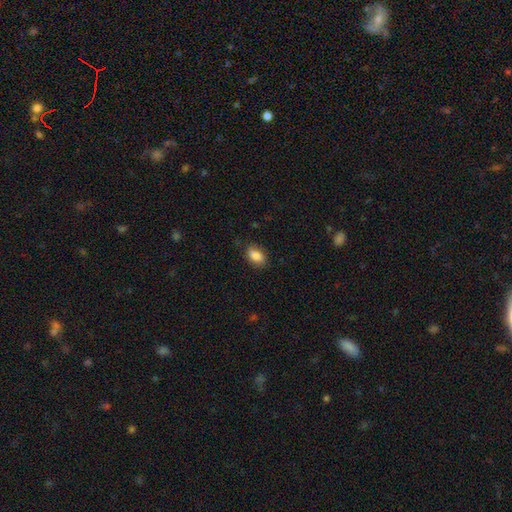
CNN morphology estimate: This is clearly a smooth galaxy (86%). How rounded: clearly in between (87%). Merging: likely none (79%).